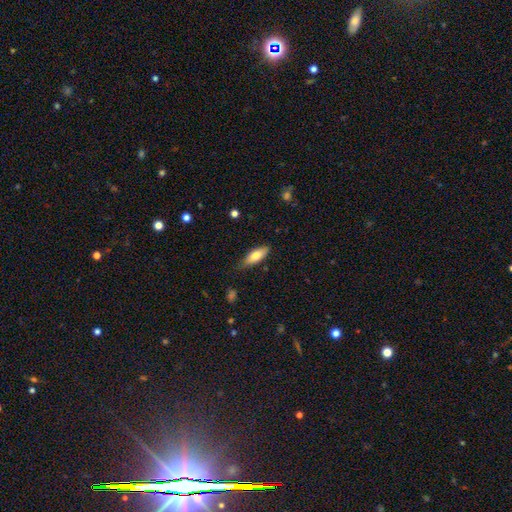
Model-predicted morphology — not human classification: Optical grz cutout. It shows a smooth galaxy with no disk features (75%) that is in between round and cigar-shaped (62%). Merging: none (78%).